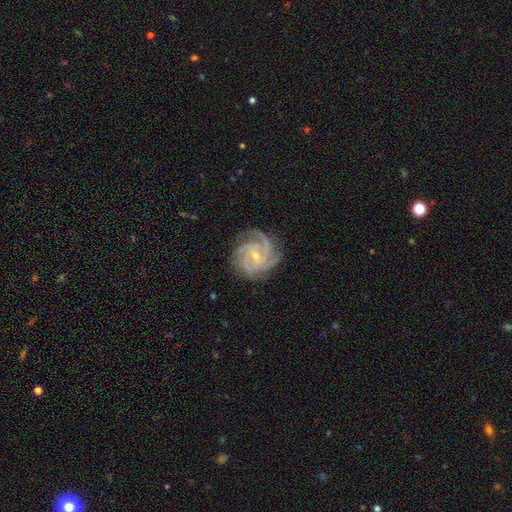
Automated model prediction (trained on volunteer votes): Q: Smooth or featured?
A: featured or disk (93%); runner-up: star or artifact (4%)
Q: Edge-on disk?
A: no (98%); runner-up: yes (2%)
Q: Bar?
A: no (56%); runner-up: weak (32%)
Q: Spiral arms?
A: yes (99%); runner-up: no (1%)
Q: Spiral winding?
A: tight (70%); runner-up: medium (28%)
Q: Spiral arm count?
A: 3 (47%); runner-up: 4 (33%)
Q: Bulge size?
A: small (69%); runner-up: moderate (29%)
Q: Merging?
A: none (80%); runner-up: minor disturbance (15%)